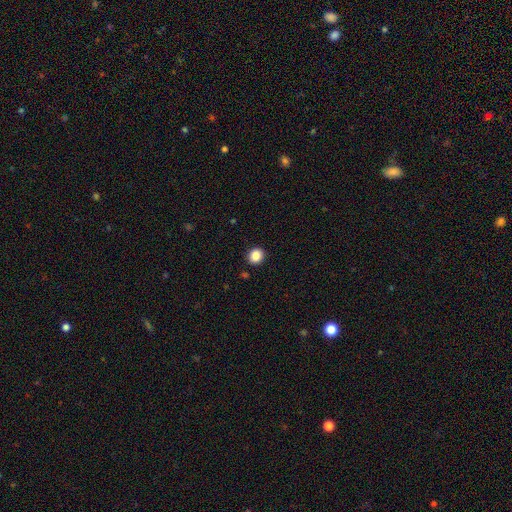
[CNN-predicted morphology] The model was most divided on "how rounded": round: 78%, in between: 21%, cigar-shaped: 1%. More confident: merging — none (90%); smooth or featured — smooth (87%).